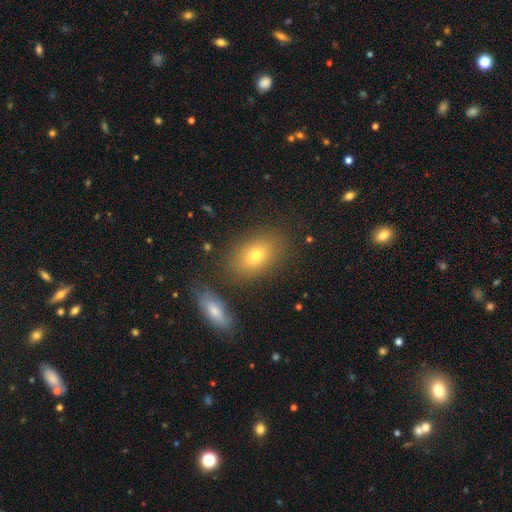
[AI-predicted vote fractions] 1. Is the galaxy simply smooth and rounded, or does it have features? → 74% smooth, 15% featured or disk, 11% star or artifact.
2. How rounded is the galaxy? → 84% in between, 14% round, 3% cigar-shaped.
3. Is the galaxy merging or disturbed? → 78% none, 11% minor disturbance, 7% merger, 4% major disturbance.